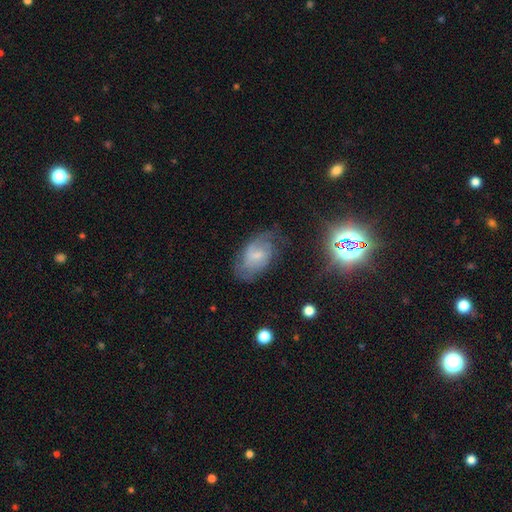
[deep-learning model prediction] This is possibly a featured or disk galaxy (60%). It is clearly not viewed edge-on (96%). Bar: possibly weak (52%). Spiral arm pattern: clearly yes (84%). Central bulge: possibly small (49%). Merging: possibly none (59%).